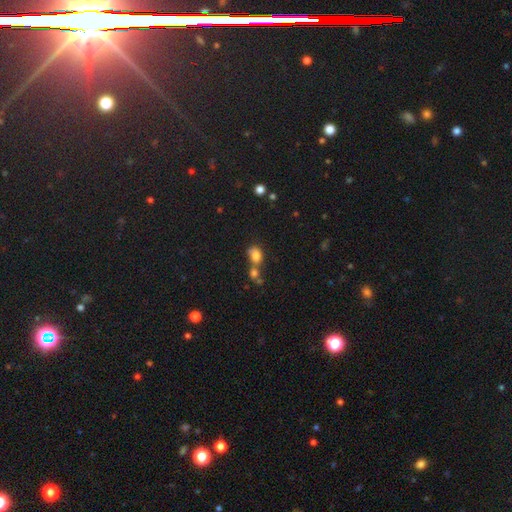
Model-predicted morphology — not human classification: Smooth or featured? smooth (79%)
How rounded? in between (64%)
Merging? merger (43%)